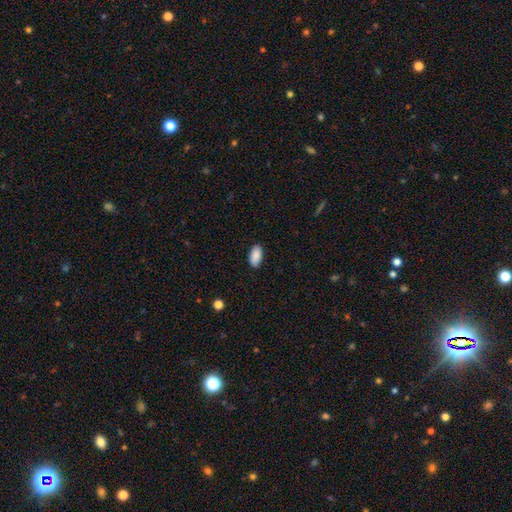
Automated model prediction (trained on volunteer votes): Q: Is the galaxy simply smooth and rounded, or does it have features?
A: smooth — 89%.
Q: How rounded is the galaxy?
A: in between — 94%.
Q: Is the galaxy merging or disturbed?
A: none — 89%.